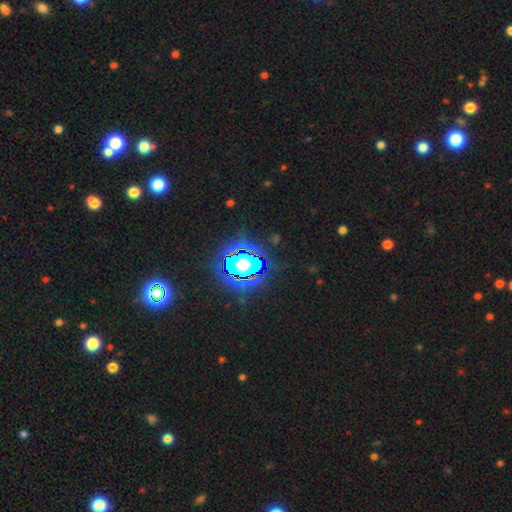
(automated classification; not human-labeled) A star or artifact, not a galaxy (73%).

Vote fractions:
- Smooth or featured? star or artifact: 73% / smooth: 16% / featured or disk: 11%